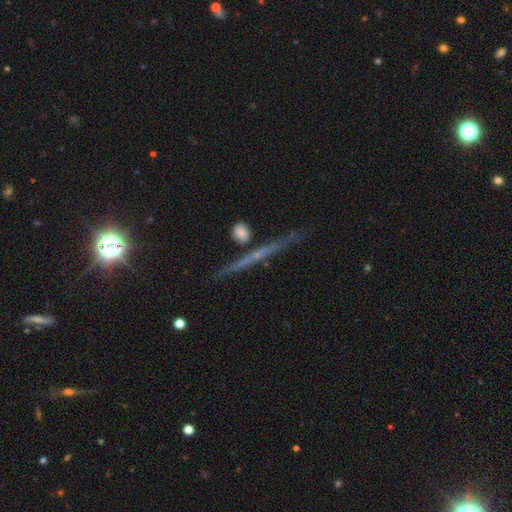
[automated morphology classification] This is possibly a featured or disk galaxy (58%). It is clearly viewed edge-on (95%). Edge-on bulge: likely none (76%). Merging: clearly none (83%).